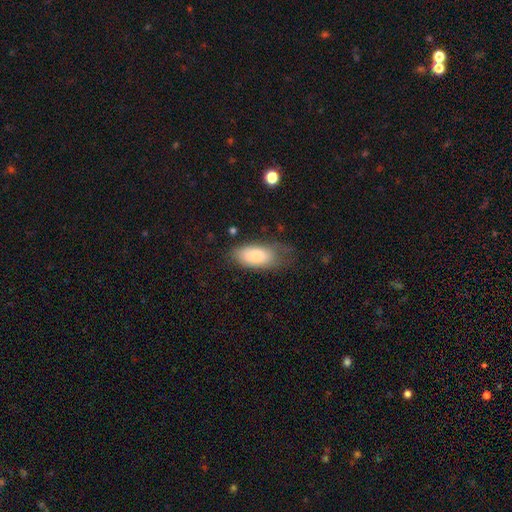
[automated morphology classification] A smooth galaxy with no disk features (77%) that is in between round and cigar-shaped (90%). Merging: none (48%).